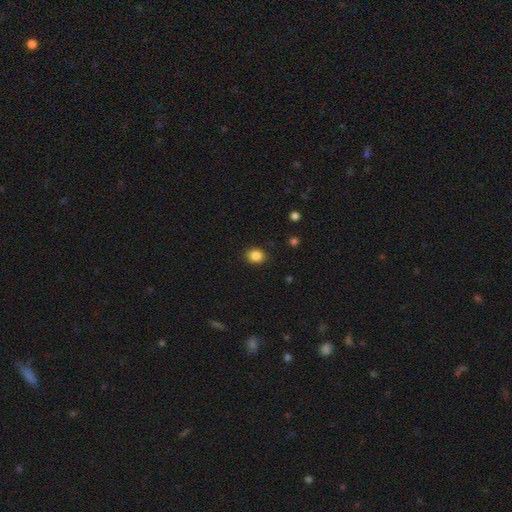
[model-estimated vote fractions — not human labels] This is clearly a smooth galaxy (86%). How rounded: likely round (64%). Merging: clearly none (90%).